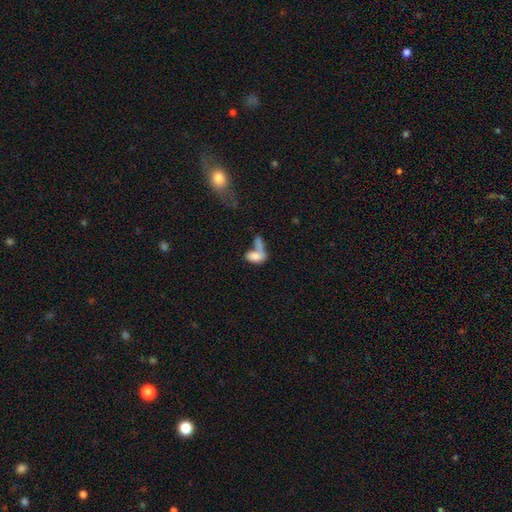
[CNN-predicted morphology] A smooth galaxy with no disk features (75%) that is in between round and cigar-shaped (88%). Merging: merger (55%).